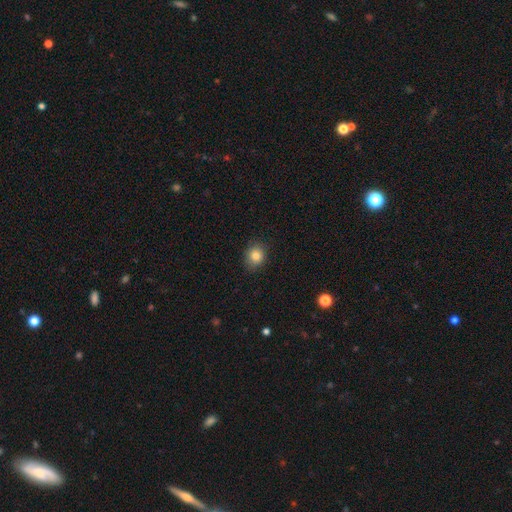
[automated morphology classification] type=smooth (82%); roundness=round (68%); merging=none (87%).